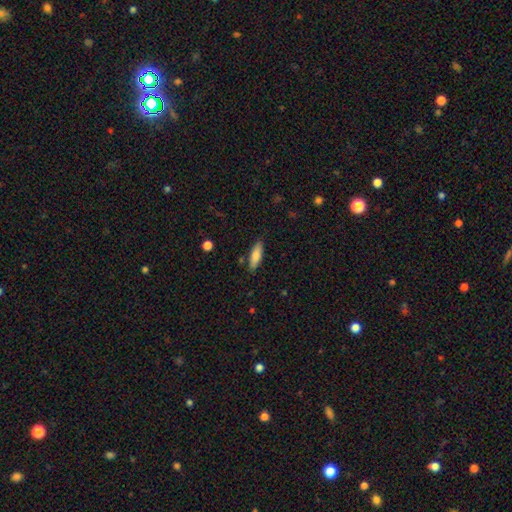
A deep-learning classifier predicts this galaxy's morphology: smooth 81%, featured or disk 13%, star or artifact 6%. Down the decision tree: how rounded — in between (51%); merging — none (83%).